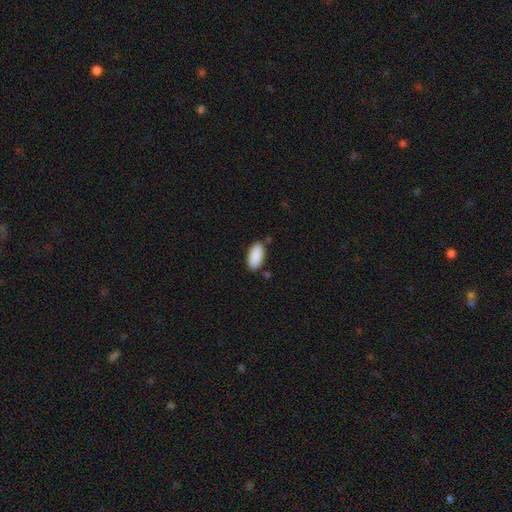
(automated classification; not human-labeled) Q: Smooth or featured?
A: smooth (91%); runner-up: star or artifact (6%)
Q: How rounded?
A: in between (92%); runner-up: cigar-shaped (6%)
Q: Merging?
A: none (84%); runner-up: minor disturbance (11%)